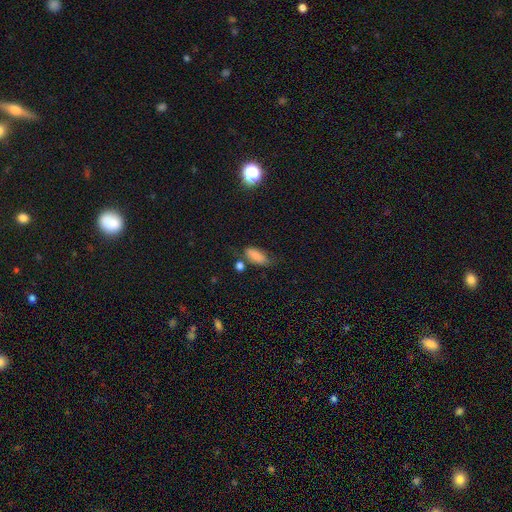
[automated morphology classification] The model was most divided on "merging": none: 55%, minor disturbance: 26%, merger: 10%, major disturbance: 10%. More confident: how rounded — in between (88%); smooth or featured — smooth (81%).